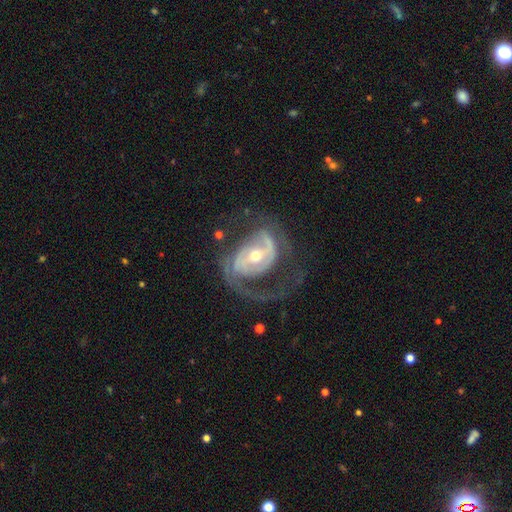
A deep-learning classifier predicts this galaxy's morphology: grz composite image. It shows a featured or disk galaxy (87%) with a weak bar (39%), 2 (56%) medium (46%) spiral arms (92%) and a moderate central bulge (56%). Merging: none (45%).